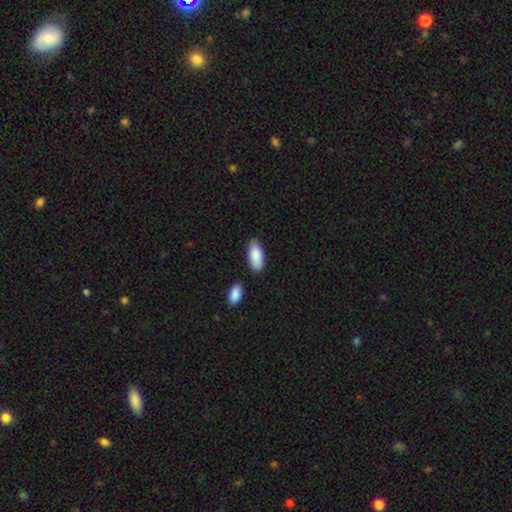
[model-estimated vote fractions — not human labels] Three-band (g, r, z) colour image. It shows a smooth galaxy with no disk features (88%) that is in between round and cigar-shaped (88%). Merging: none (78%).